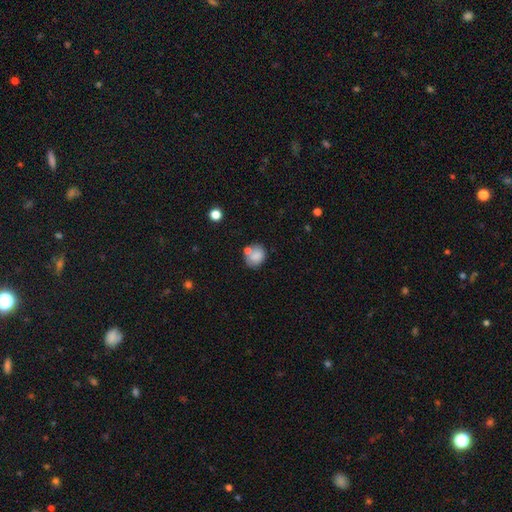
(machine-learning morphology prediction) Smooth or featured? smooth (79%)
How rounded? round (68%)
Merging? none (56%)